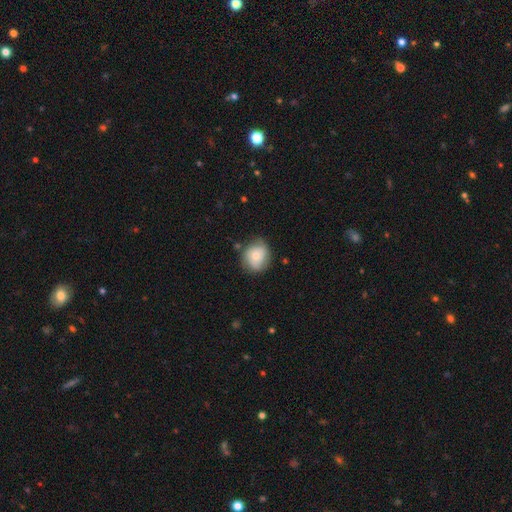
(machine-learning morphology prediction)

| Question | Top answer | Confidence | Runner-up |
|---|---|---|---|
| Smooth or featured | smooth | 61% | featured or disk (31%) |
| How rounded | round | 75% | in between (24%) |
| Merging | none | 68% | minor disturbance (23%) |